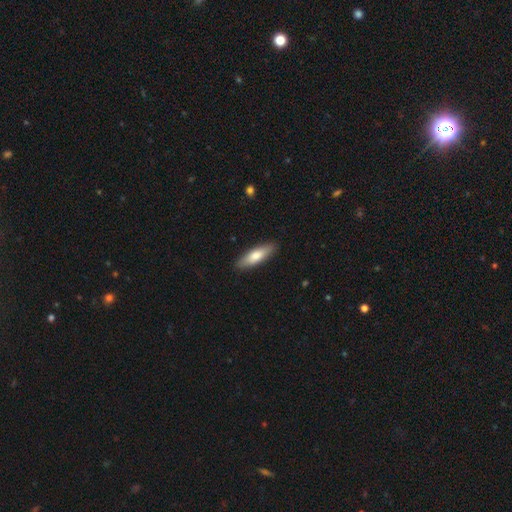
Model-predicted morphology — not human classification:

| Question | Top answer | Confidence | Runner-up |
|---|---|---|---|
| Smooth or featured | smooth | 73% | featured or disk (21%) |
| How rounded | cigar-shaped | 55% | in between (43%) |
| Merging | none | 89% | minor disturbance (8%) |